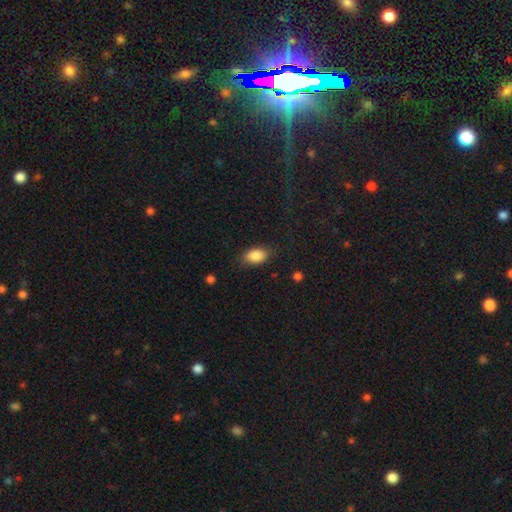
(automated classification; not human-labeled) This appears to be a smooth galaxy with no disk features (86%) that is in between round and cigar-shaped (88%). Merging: none (80%).